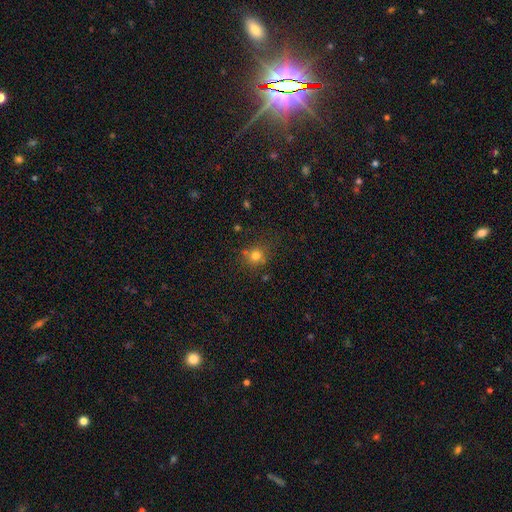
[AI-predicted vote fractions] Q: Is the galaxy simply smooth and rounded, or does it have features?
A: smooth — 73%.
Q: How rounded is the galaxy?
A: round — 83%.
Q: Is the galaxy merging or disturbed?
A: none — 70%.